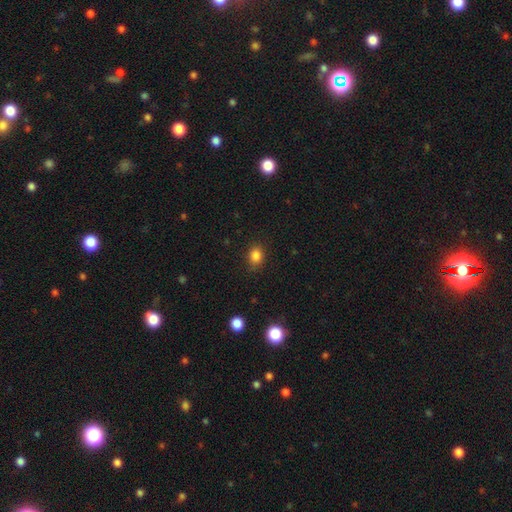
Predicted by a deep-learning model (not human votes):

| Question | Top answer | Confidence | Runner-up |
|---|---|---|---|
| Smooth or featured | smooth | 84% | star or artifact (11%) |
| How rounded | round | 51% | in between (47%) |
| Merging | none | 84% | minor disturbance (12%) |